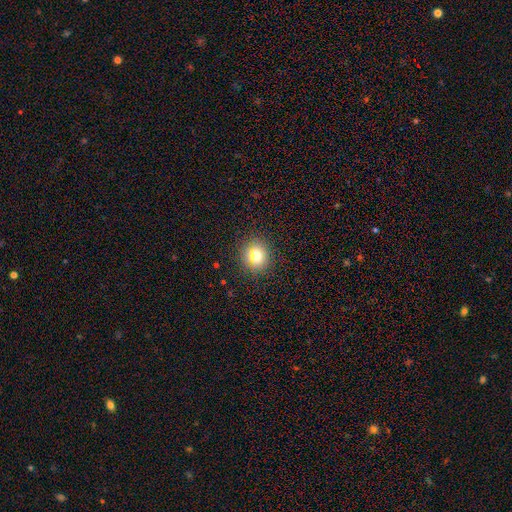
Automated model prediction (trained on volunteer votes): Smooth or featured? Predicted: smooth (p=0.78). How rounded? Predicted: round (p=0.83). Merging? Predicted: none (p=0.89).